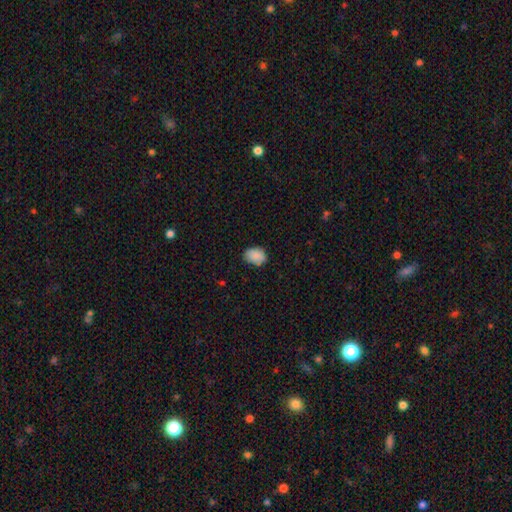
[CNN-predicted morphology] Smooth or featured: smooth — 86% (star or artifact — 8%)
How rounded: in between — 72% (round — 27%)
Merging: none — 72% (minor disturbance — 22%)